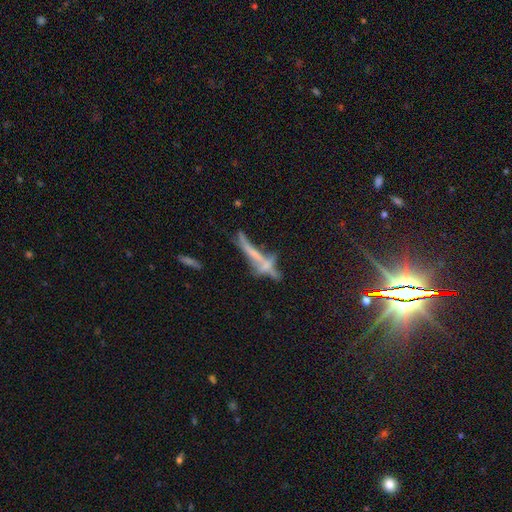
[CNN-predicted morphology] A featured or disk galaxy (46%). Merging: merger (33%).